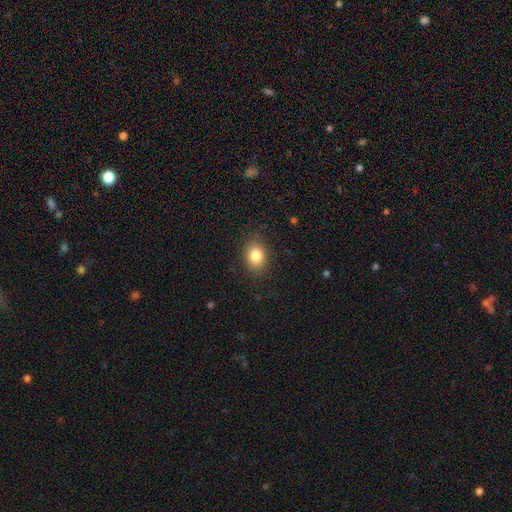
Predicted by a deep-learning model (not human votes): The model was most divided on "how rounded": in between: 65%, round: 33%, cigar-shaped: 1%. More confident: merging — none (86%); smooth or featured — smooth (84%).